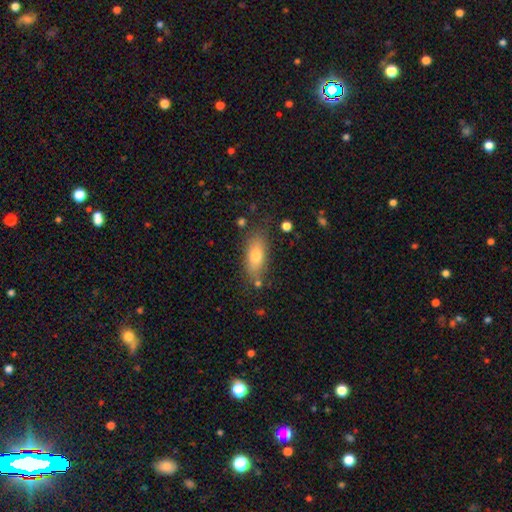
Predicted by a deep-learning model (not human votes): Smooth or featured?
  - smooth: 75% *
  - featured or disk: 17%
  - star or artifact: 8%
How rounded?
  - in between: 78% *
  - cigar-shaped: 18%
  - round: 4%
Merging?
  - none: 76% *
  - minor disturbance: 16%
  - major disturbance: 4%
  - merger: 4%